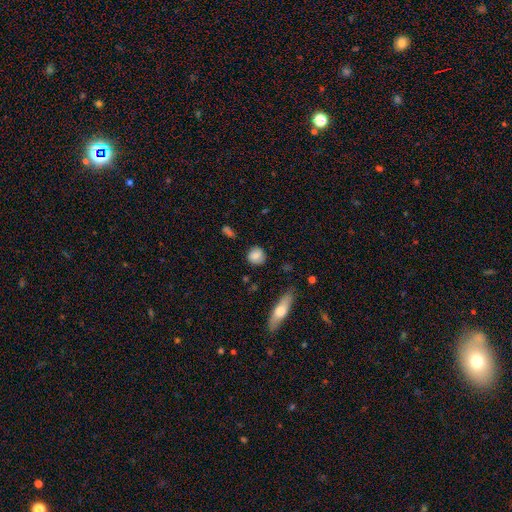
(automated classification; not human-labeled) Smooth or featured? Predicted: smooth (p=0.84). How rounded? Predicted: round (p=0.86). Merging? Predicted: none (p=0.85).